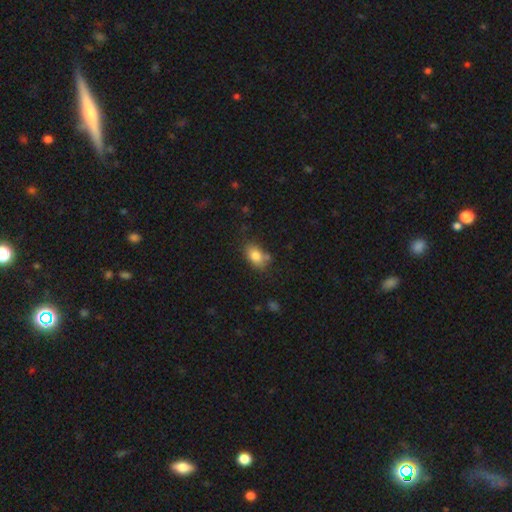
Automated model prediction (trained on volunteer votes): smooth 82%, featured or disk 9%, star or artifact 9%. Down the decision tree: how rounded — in between (82%); merging — none (66%).